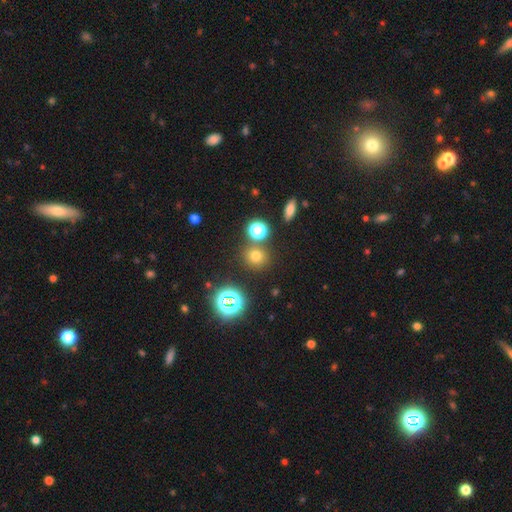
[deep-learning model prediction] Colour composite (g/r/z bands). It shows a smooth galaxy with no disk features (68%) that is round (89%). Merging: none (80%).